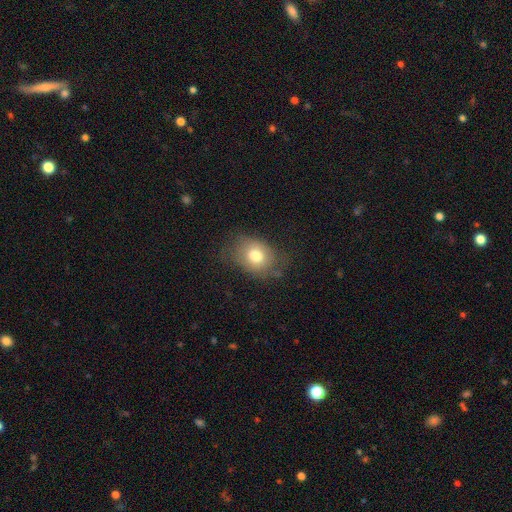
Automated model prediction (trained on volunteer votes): A smooth galaxy with no disk features (73%) that is in between round and cigar-shaped (67%).

Vote fractions:
- Smooth or featured? smooth: 73% / featured or disk: 17% / star or artifact: 10%
- How rounded? in between: 67% / round: 32% / cigar-shaped: 1%
- Merging? none: 63% / minor disturbance: 24% / major disturbance: 11% / merger: 1%